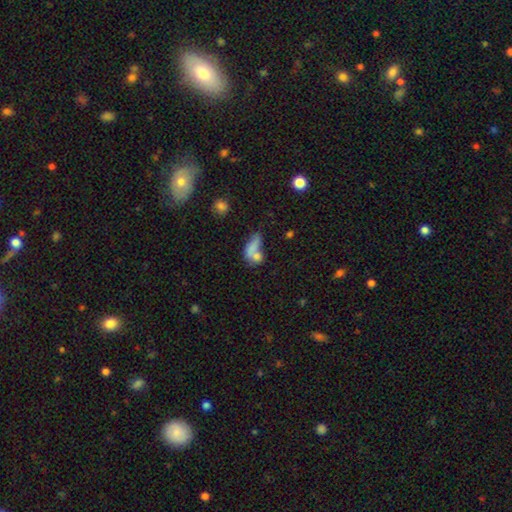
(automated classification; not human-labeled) Morphology: type=smooth (68%); roundness=in between (69%); merging=merger (50%).